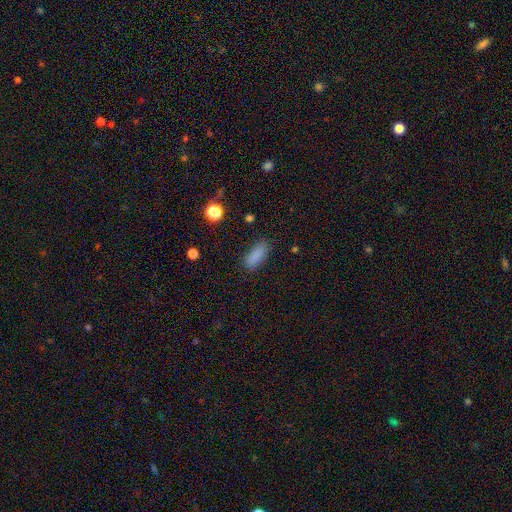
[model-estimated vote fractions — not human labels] Q: Smooth or featured?
A: smooth (86%); runner-up: star or artifact (10%)
Q: How rounded?
A: in between (75%); runner-up: cigar-shaped (23%)
Q: Merging?
A: none (81%); runner-up: minor disturbance (14%)